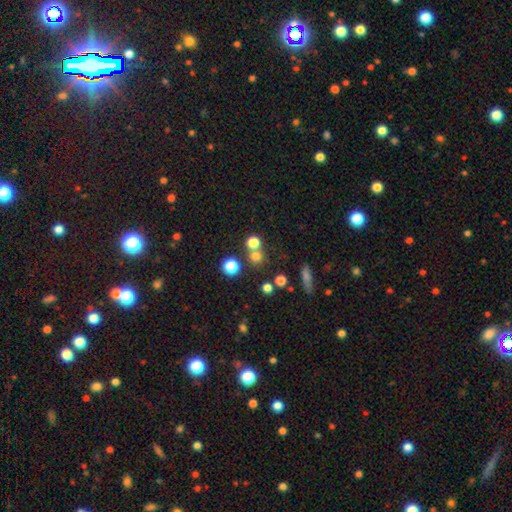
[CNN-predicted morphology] type=smooth (70%); roundness=round (89%); merging=none (63%).